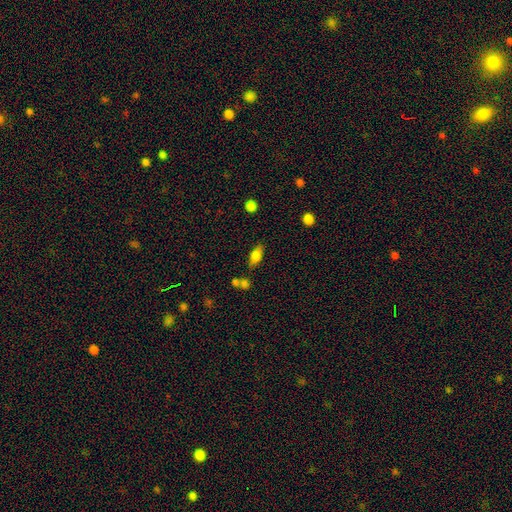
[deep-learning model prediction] smooth-or-featured: smooth: 73% | featured or disk: 19% | star or artifact: 9%
  how-rounded: in between: 80% | cigar-shaped: 14% | round: 6%
  merging: none: 73% | minor disturbance: 15% | merger: 8% | major disturbance: 4%